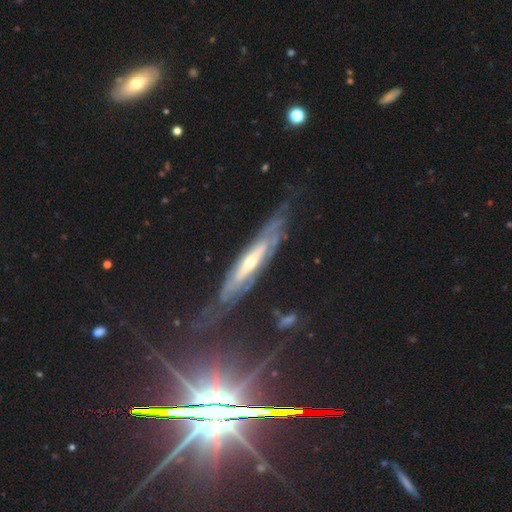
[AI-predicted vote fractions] smooth_or_featured: featured or disk (p=0.82) [alt: smooth p=0.13]
disk_edge_on: no (p=0.55) [alt: yes p=0.45]
merging: none (p=0.65) [alt: minor disturbance p=0.20]